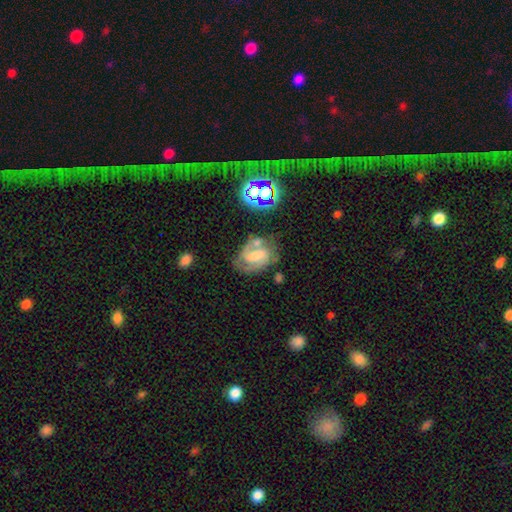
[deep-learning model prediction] Morphology: type=featured or disk (73%); edge-on=no (97%); bar=weak (46%); spiral arms=yes (91%); winding=medium (51%); arm count=2 (75%); bulge=moderate (34%); merging=none (54%).